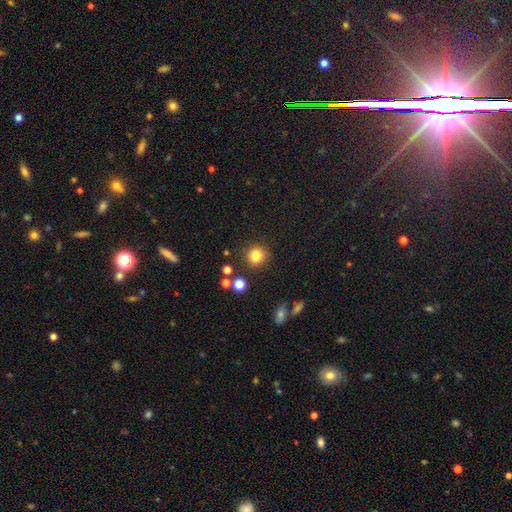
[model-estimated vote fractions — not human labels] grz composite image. It shows a smooth galaxy with no disk features (82%) that is round (86%). Merging: none (85%).